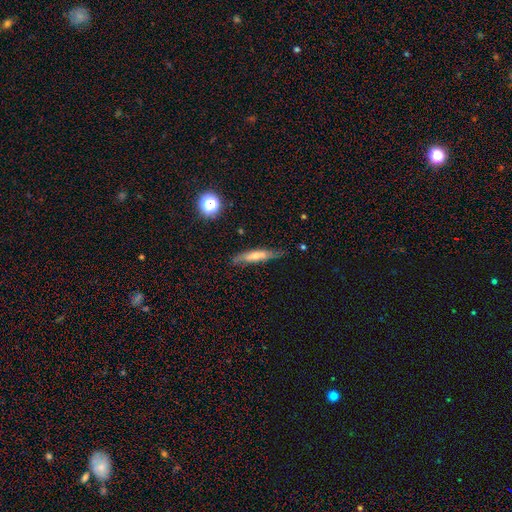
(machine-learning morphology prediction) smooth_or_featured: smooth (p=0.47) [alt: featured or disk p=0.43]
merging: none (p=0.75) [alt: minor disturbance p=0.19]